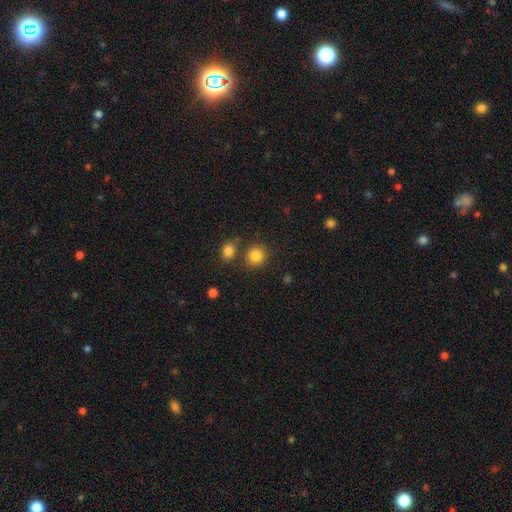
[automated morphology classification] type=smooth (84%); roundness=round (85%); merging=none (76%).